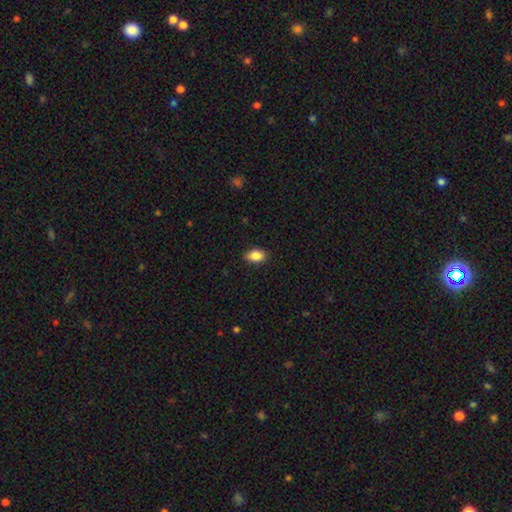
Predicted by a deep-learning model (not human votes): Smooth or featured? Predicted: smooth (p=0.87). How rounded? Predicted: in between (p=0.87). Merging? Predicted: none (p=0.89).